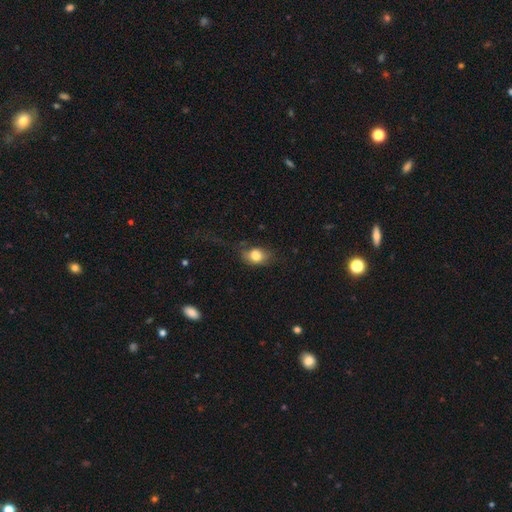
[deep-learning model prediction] This appears to be a smooth galaxy with no disk features (78%) that is in between round and cigar-shaped (71%). Merging: none (52%).